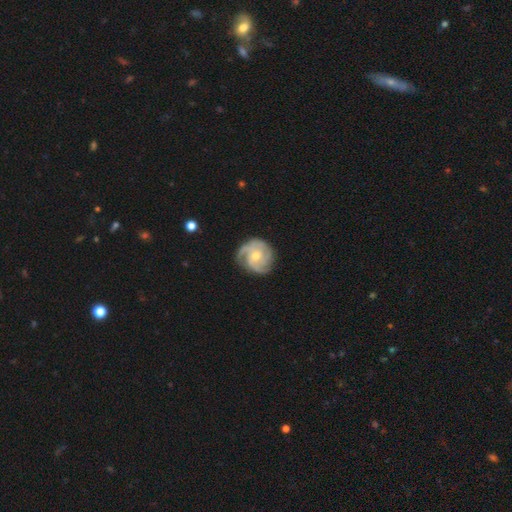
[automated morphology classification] Smooth or featured? featured or disk (85%)
Edge-on disk? no (98%)
Bar? no (69%)
Spiral arms? yes (97%)
Spiral winding? tight (58%)
Spiral arm count? 3 (50%)
Bulge size? moderate (54%)
Merging? none (74%)